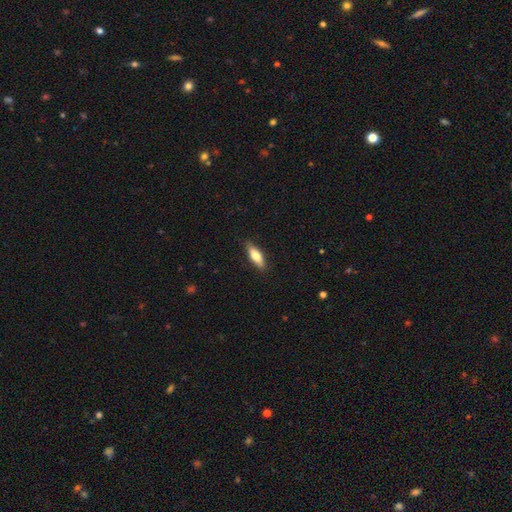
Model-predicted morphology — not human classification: smooth 72%, featured or disk 22%, star or artifact 6%. Down the decision tree: how rounded — in between (56%); merging — none (86%).